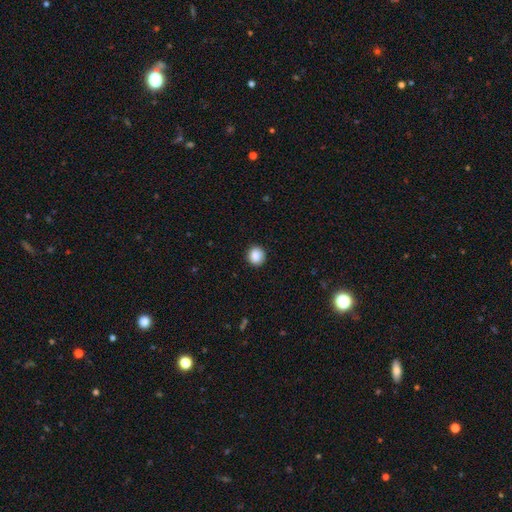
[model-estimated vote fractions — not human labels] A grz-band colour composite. It shows a smooth galaxy with no disk features (88%) that is round (88%). Merging: none (90%).